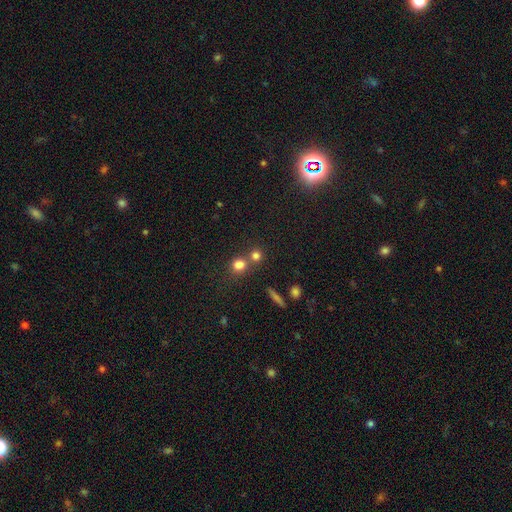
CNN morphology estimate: smooth_or_featured: smooth (p=0.76) [alt: star or artifact p=0.15]
how_rounded: round (p=0.85) [alt: in between p=0.13]
merging: none (p=0.53) [alt: merger p=0.38]